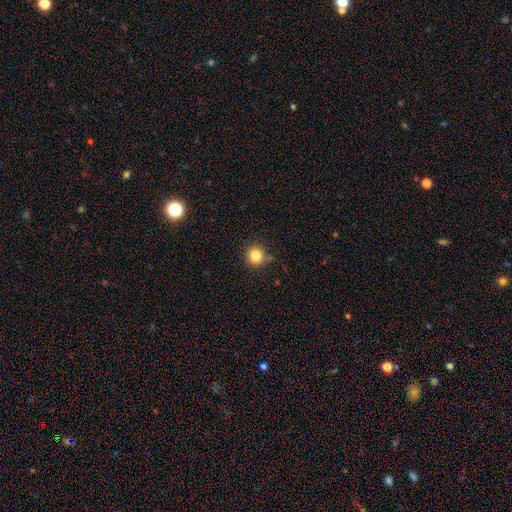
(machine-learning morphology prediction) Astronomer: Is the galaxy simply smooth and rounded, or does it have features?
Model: smooth — 82%.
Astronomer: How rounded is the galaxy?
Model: round — 93%.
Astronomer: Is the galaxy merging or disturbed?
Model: none — 84%.